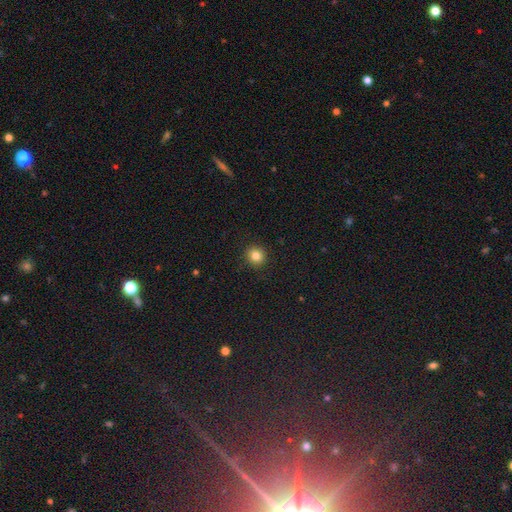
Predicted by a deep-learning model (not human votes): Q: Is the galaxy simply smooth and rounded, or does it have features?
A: smooth — 83%.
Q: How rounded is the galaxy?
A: round — 91%.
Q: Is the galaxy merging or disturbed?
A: none — 92%.